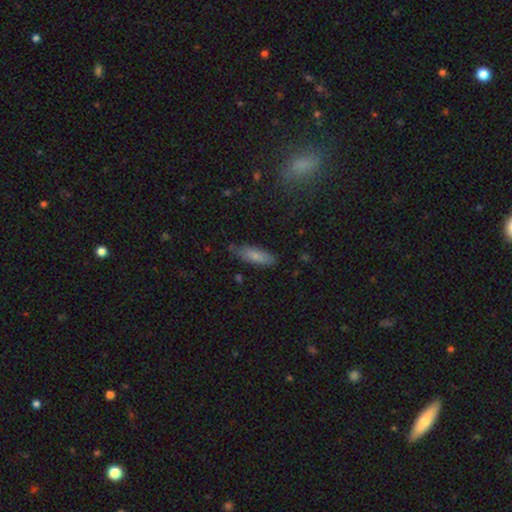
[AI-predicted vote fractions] smooth_or_featured: smooth (p=0.79) [alt: featured or disk p=0.14]
how_rounded: in between (p=0.54) [alt: cigar-shaped p=0.45]
merging: none (p=0.74) [alt: minor disturbance p=0.20]